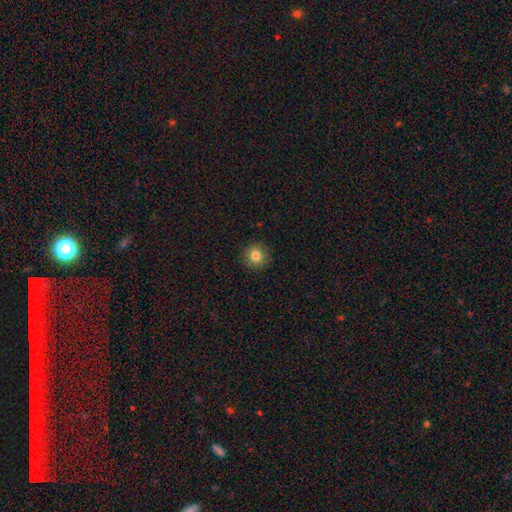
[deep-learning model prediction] Q: Smooth or featured?
A: smooth (83%); runner-up: star or artifact (10%)
Q: How rounded?
A: round (91%); runner-up: in between (8%)
Q: Merging?
A: none (91%); runner-up: minor disturbance (6%)